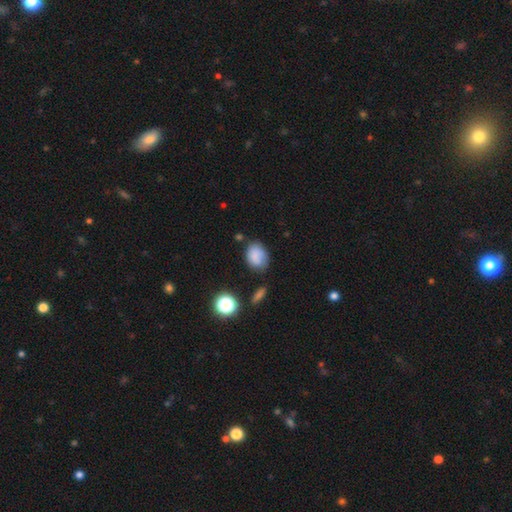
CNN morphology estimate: type=smooth (81%); roundness=in between (68%); merging=none (65%).